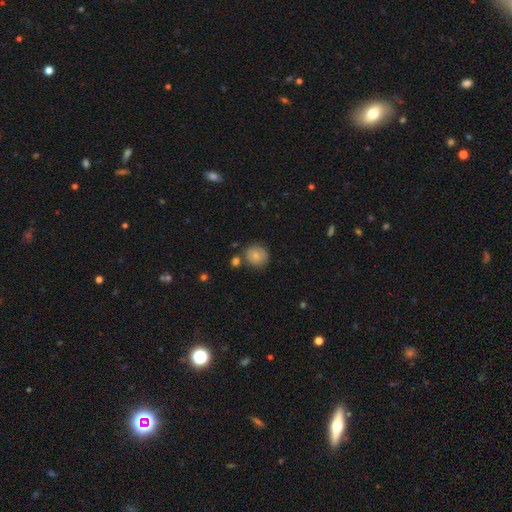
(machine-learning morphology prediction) smooth_or_featured: smooth (p=0.77) [alt: featured or disk p=0.14]
how_rounded: round (p=0.86) [alt: in between p=0.13]
merging: none (p=0.73) [alt: minor disturbance p=0.14]